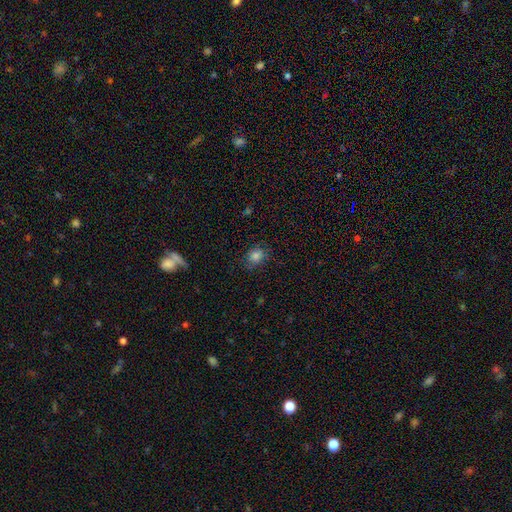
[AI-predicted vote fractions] Smooth or featured? smooth (78%)
How rounded? round (54%)
Merging? none (76%)